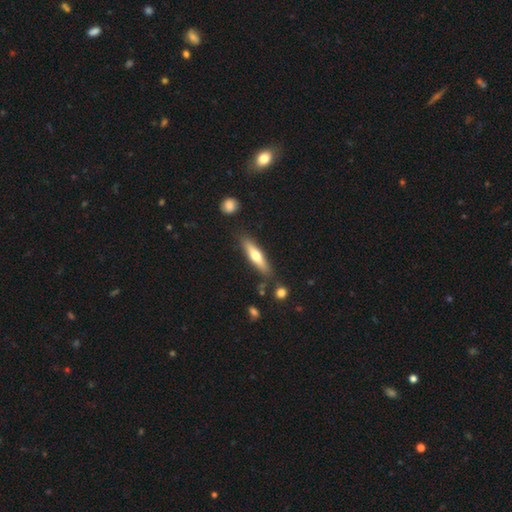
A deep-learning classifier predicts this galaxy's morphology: Q: Smooth or featured?
A: smooth (51%); runner-up: featured or disk (43%)
Q: How rounded?
A: cigar-shaped (77%); runner-up: in between (21%)
Q: Merging?
A: none (82%); runner-up: minor disturbance (12%)